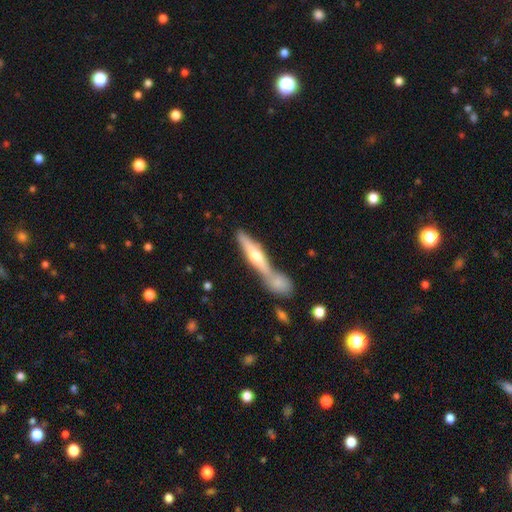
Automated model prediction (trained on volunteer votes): smooth_or_featured: featured or disk (p=0.62) [alt: smooth p=0.32]
disk_edge_on: yes (p=0.94) [alt: no p=0.06]
edge_on_bulge: rounded (p=0.90) [alt: none p=0.05]
merging: none (p=0.49) [alt: merger p=0.37]